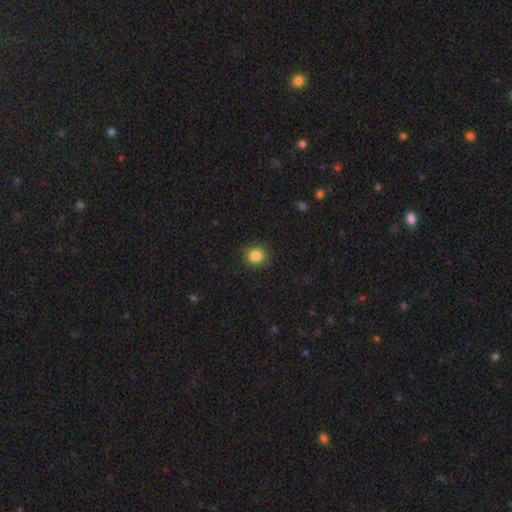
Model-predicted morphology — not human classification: The model was most divided on "smooth or featured": smooth: 85%, star or artifact: 10%, featured or disk: 4%. More confident: merging — none (91%); how rounded — round (89%).